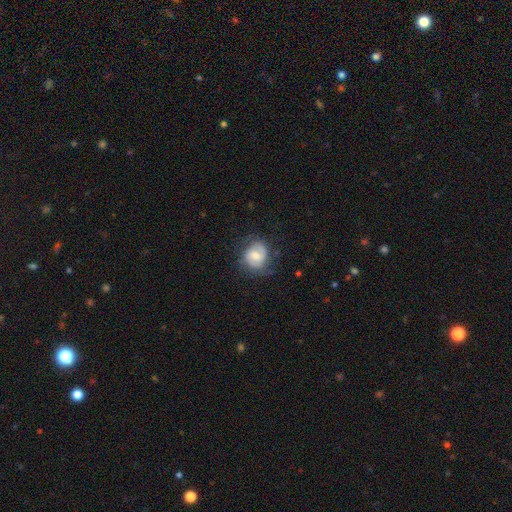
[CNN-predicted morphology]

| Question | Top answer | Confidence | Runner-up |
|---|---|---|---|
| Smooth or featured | featured or disk | 53% | smooth (40%) |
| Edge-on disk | no | 97% | yes (3%) |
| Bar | weak | 47% | no (41%) |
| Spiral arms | yes | 83% | no (17%) |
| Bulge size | moderate | 55% | small (33%) |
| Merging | none | 69% | minor disturbance (21%) |